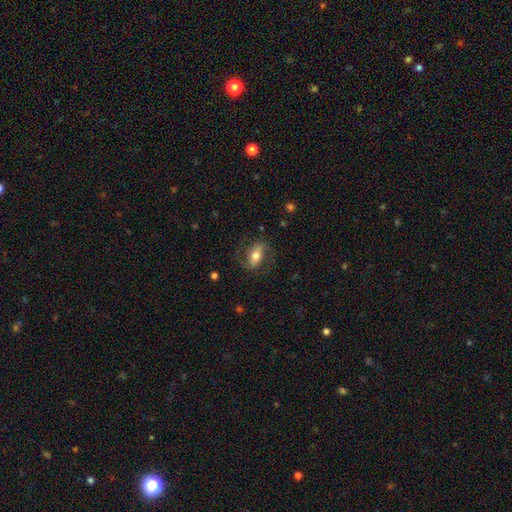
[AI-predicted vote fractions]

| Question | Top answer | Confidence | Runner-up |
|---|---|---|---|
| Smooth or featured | smooth | 47% | featured or disk (46%) |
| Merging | none | 72% | minor disturbance (16%) |